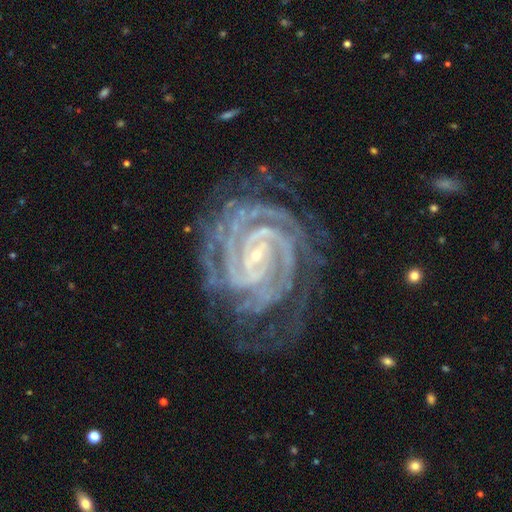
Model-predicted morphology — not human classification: Q: Smooth or featured?
A: featured or disk (92%); runner-up: star or artifact (5%)
Q: Edge-on disk?
A: no (98%); runner-up: yes (2%)
Q: Bar?
A: weak (38%); runner-up: strong (34%)
Q: Spiral arms?
A: yes (99%); runner-up: no (1%)
Q: Spiral winding?
A: tight (82%); runner-up: medium (16%)
Q: Spiral arm count?
A: 2 (30%); runner-up: 4 (20%)
Q: Bulge size?
A: small (87%); runner-up: moderate (8%)
Q: Merging?
A: none (71%); runner-up: minor disturbance (19%)